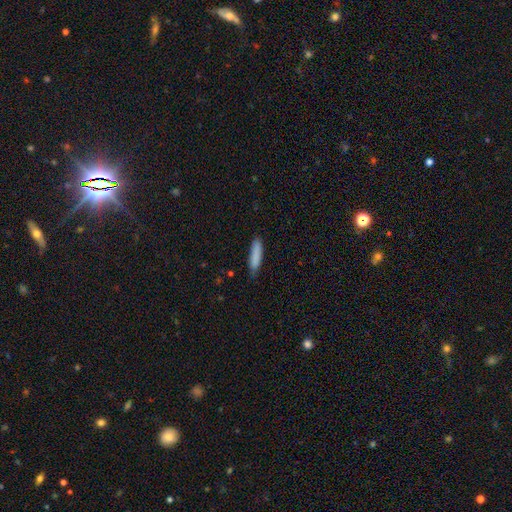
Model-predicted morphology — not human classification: smooth 85%, featured or disk 8%, star or artifact 7%. Down the decision tree: how rounded — cigar-shaped (81%); merging — none (78%).